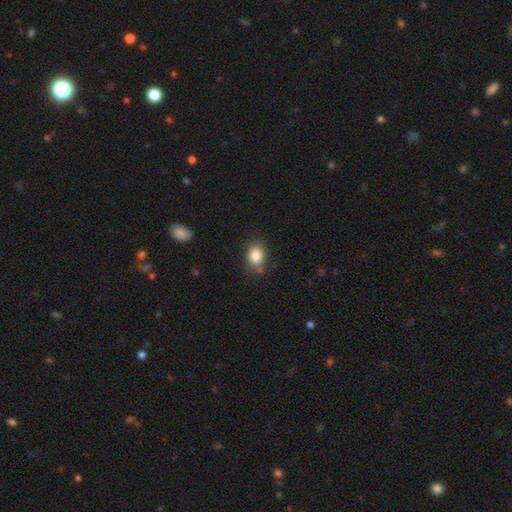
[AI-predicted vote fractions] Smooth or featured: smooth — 85% (star or artifact — 9%)
How rounded: in between — 54% (round — 45%)
Merging: none — 78% (minor disturbance — 14%)